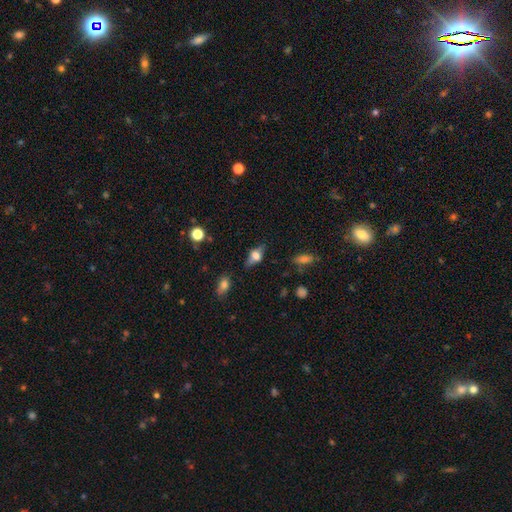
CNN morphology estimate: Smooth or featured? Predicted: smooth (p=0.49). Merging? Predicted: none (p=0.69).